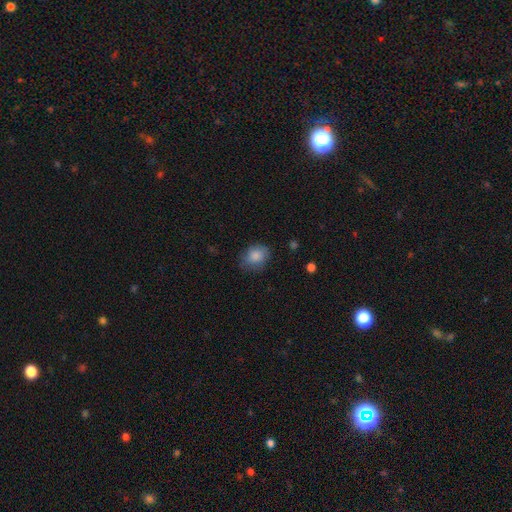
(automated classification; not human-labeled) This appears to be a smooth galaxy with no disk features (85%) that is in between round and cigar-shaped (53%). Merging: none (70%).